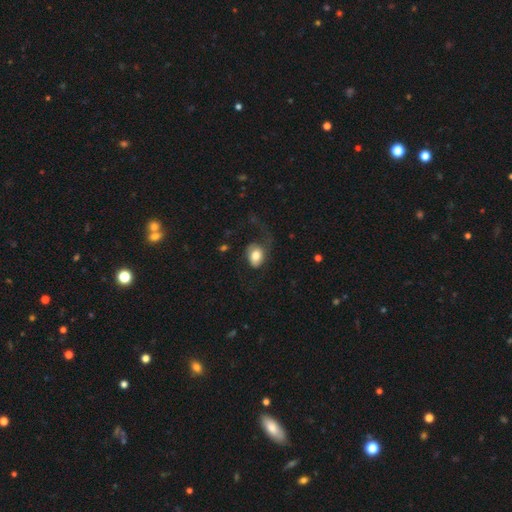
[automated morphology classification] This appears to be a smooth galaxy with no disk features (68%) that is in between round and cigar-shaped (69%). Merging: major disturbance (45%).